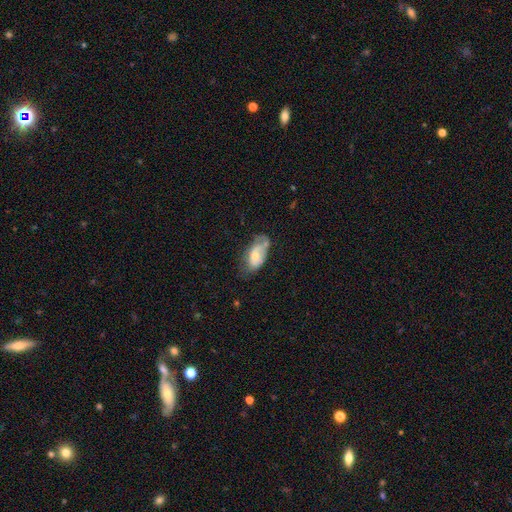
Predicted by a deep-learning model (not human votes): The model was most divided on "merging": none: 41%, minor disturbance: 35%, major disturbance: 20%, merger: 4%. More confident: how rounded — in between (92%); smooth or featured — smooth (53%).